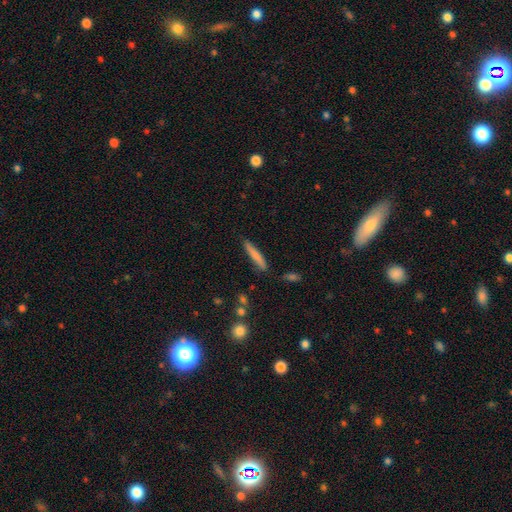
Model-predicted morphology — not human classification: type=smooth (75%); roundness=cigar-shaped (92%); merging=none (84%).